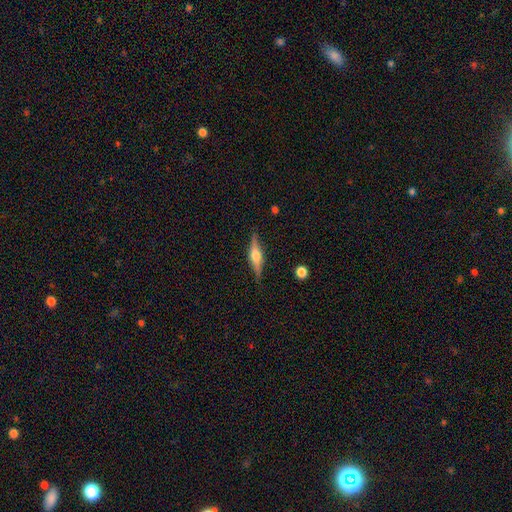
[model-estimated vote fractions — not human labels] smooth-or-featured: featured or disk: 71% | smooth: 23% | star or artifact: 6%
  disk-edge-on: yes: 97% | no: 3%
    edge-on-bulge: rounded: 89% | boxy: 8% | none: 3%
  merging: none: 86% | minor disturbance: 10% | major disturbance: 2% | merger: 1%